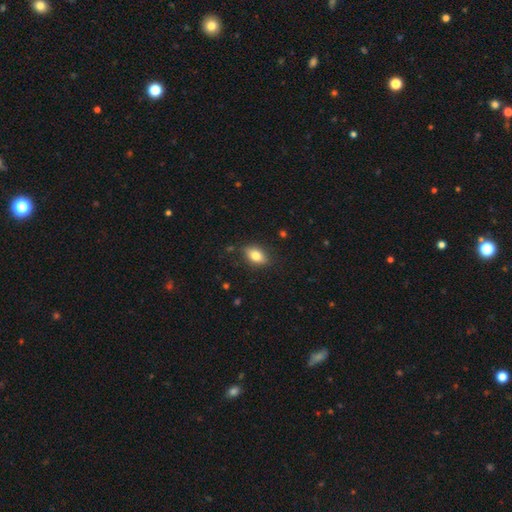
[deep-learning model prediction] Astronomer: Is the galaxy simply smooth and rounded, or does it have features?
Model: smooth — 80%.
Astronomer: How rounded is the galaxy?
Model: in between — 86%.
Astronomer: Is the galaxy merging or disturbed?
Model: none — 83%.